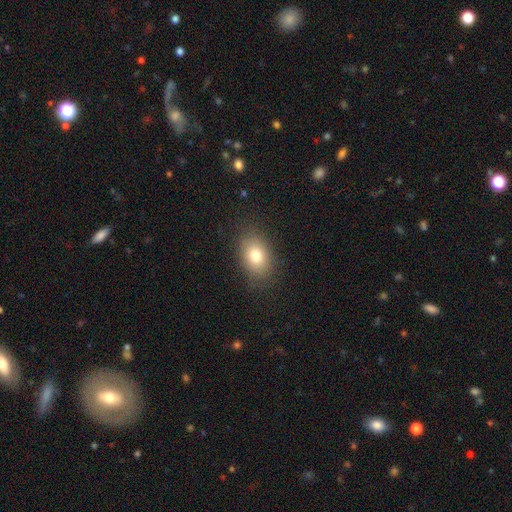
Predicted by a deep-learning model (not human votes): A smooth galaxy with no disk features (79%) that is in between round and cigar-shaped (80%). Merging: none (85%).